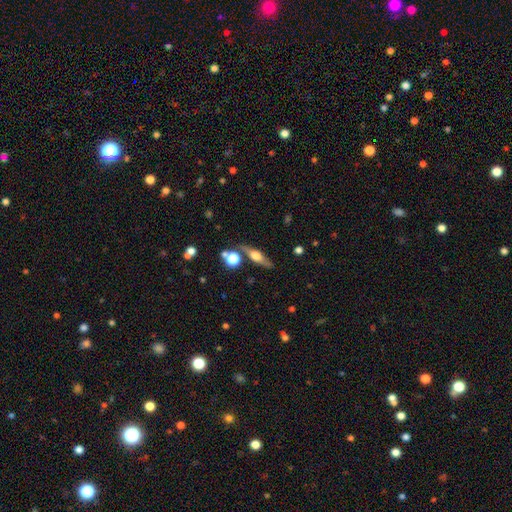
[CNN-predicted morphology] This is likely a featured or disk galaxy (62%). It is clearly viewed edge-on (93%). Edge-on bulge: clearly rounded (91%). Merging: likely none (79%).